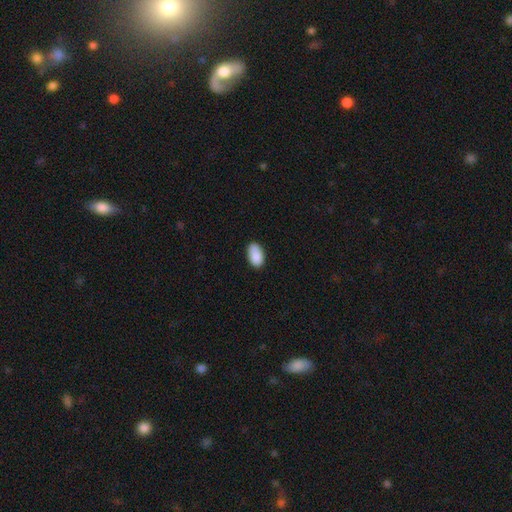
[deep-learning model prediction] Smooth or featured? smooth (88%)
How rounded? in between (93%)
Merging? none (74%)